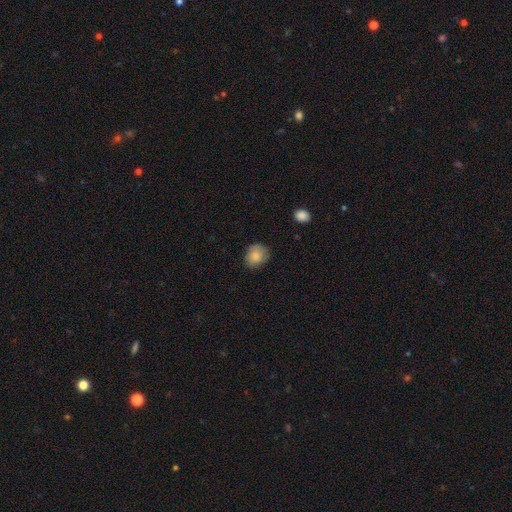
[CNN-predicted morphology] A smooth galaxy with no disk features (85%) that is round (65%).

Vote fractions:
- Smooth or featured? smooth: 85% / star or artifact: 8% / featured or disk: 7%
- How rounded? round: 65% / in between: 34% / cigar-shaped: 1%
- Merging? none: 77% / minor disturbance: 18% / major disturbance: 4% / merger: 1%